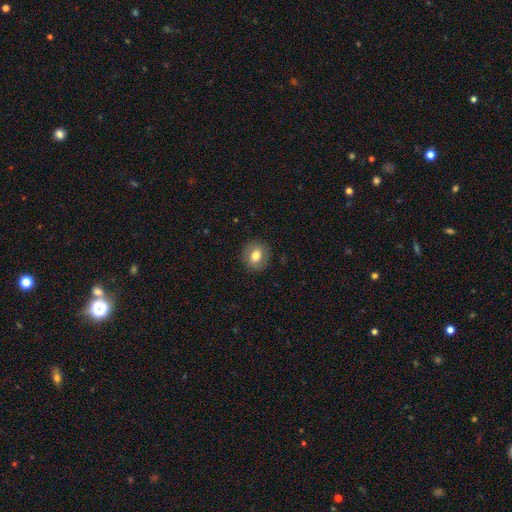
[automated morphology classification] A smooth galaxy with no disk features (77%) that is round (76%). Merging: none (89%).